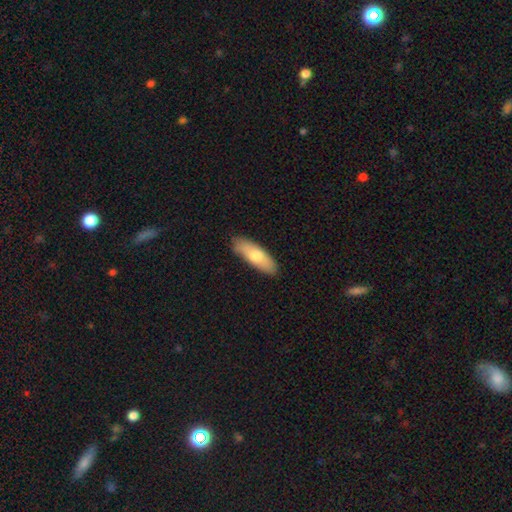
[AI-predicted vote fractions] Q: Smooth or featured?
A: smooth (72%); runner-up: featured or disk (22%)
Q: How rounded?
A: in between (59%); runner-up: cigar-shaped (39%)
Q: Merging?
A: none (84%); runner-up: minor disturbance (13%)